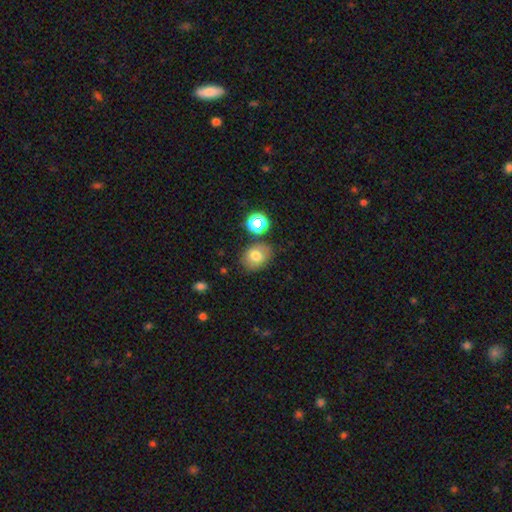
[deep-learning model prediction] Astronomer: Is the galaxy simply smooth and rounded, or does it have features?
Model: smooth — 73%.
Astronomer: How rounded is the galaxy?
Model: in between — 55% (runner-up: round, 44%).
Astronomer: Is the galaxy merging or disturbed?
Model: none — 73%.